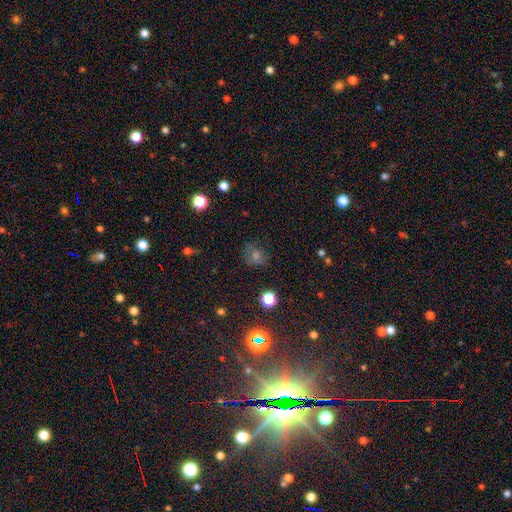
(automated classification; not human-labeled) smooth-or-featured: smooth: 45% | star or artifact: 40% | featured or disk: 16%
  merging: none: 66% | minor disturbance: 20% | major disturbance: 11% | merger: 4%